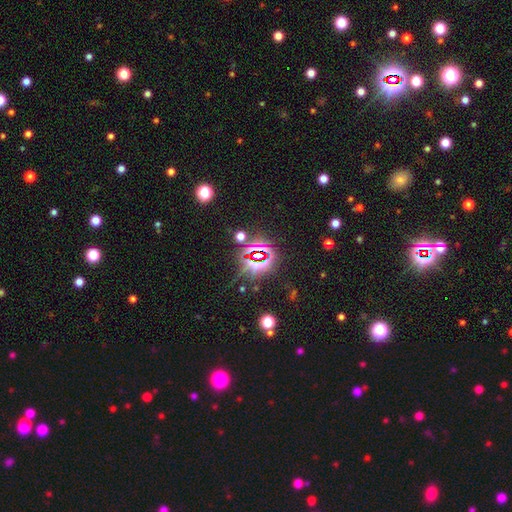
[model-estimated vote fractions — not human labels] Smooth or featured: star or artifact — 79% (smooth — 12%)